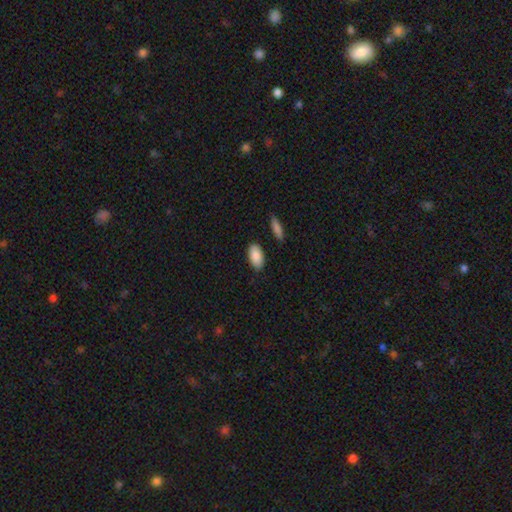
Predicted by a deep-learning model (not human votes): A smooth galaxy with no disk features (89%) that is in between round and cigar-shaped (93%).

Vote fractions:
- Smooth or featured? smooth: 89% / star or artifact: 6% / featured or disk: 5%
- How rounded? in between: 93% / cigar-shaped: 4% / round: 3%
- Merging? none: 85% / minor disturbance: 10% / merger: 3% / major disturbance: 2%